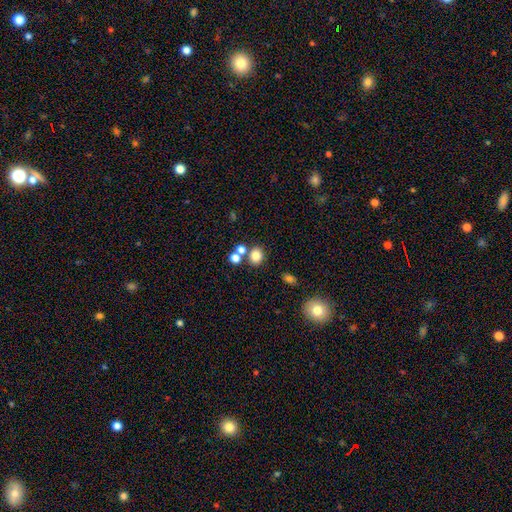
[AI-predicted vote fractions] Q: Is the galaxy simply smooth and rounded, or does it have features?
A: smooth — 79%.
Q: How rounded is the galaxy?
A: round — 69%.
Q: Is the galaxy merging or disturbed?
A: none — 63%.